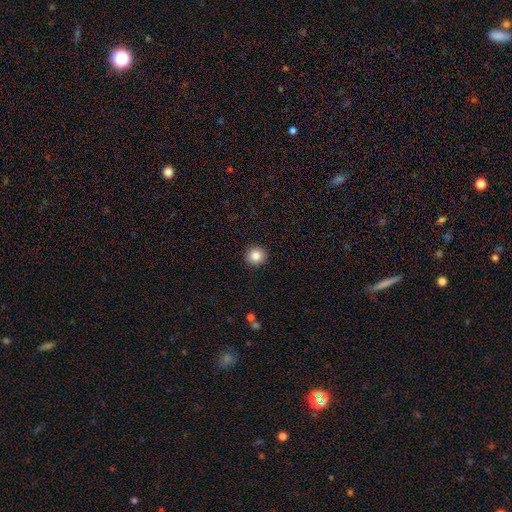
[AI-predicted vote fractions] Smooth or featured: smooth — 85% (star or artifact — 10%)
How rounded: round — 94% (in between — 5%)
Merging: none — 92% (minor disturbance — 5%)